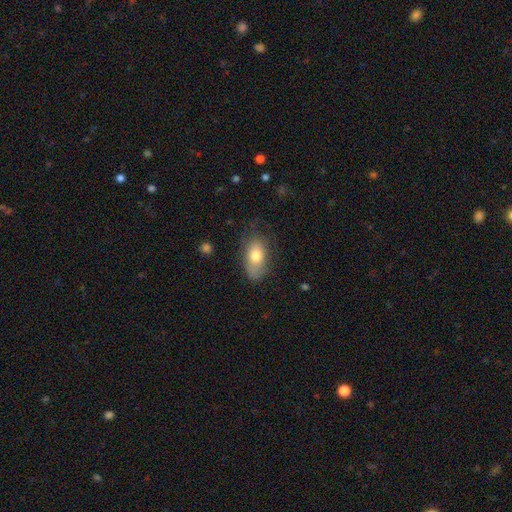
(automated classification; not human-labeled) This appears to be a smooth galaxy with no disk features (74%) that is in between round and cigar-shaped (90%). Merging: none (59%).